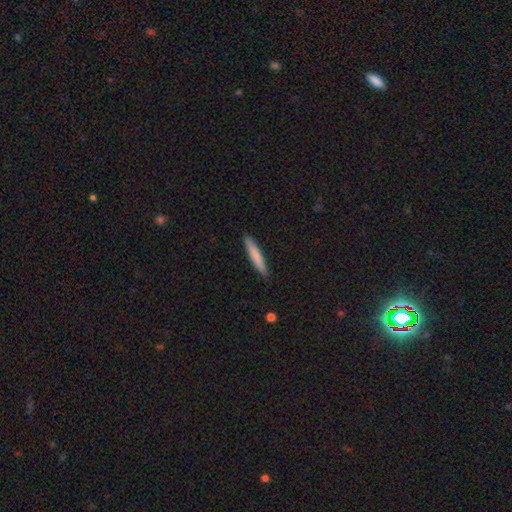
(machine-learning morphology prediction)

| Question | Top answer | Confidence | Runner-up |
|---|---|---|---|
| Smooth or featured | smooth | 78% | featured or disk (16%) |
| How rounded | cigar-shaped | 93% | in between (6%) |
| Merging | none | 90% | minor disturbance (8%) |